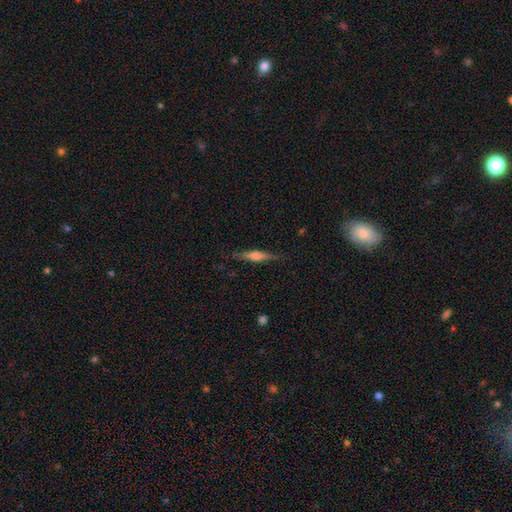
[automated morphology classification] Smooth or featured? featured or disk (65%)
Edge-on disk? yes (97%)
Edge-on bulge? rounded (70%)
Merging? none (86%)